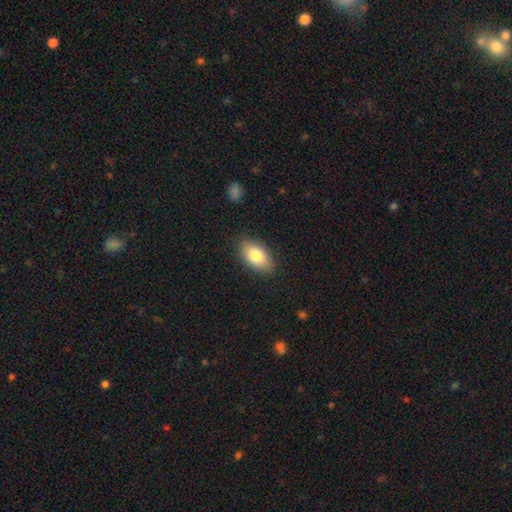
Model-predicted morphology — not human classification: Overall: smooth (82%). How rounded: in between (92%). Merging: none (86%).